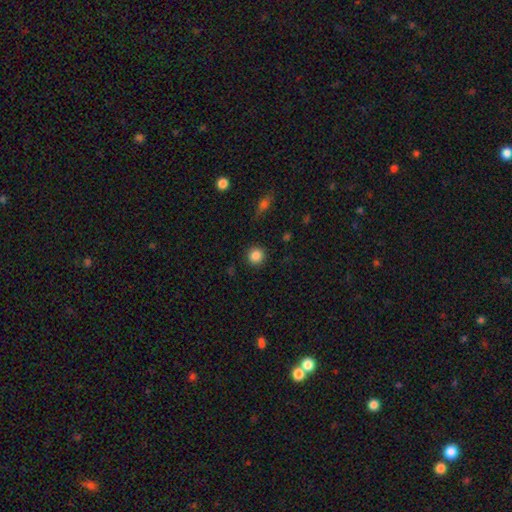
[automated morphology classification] type=smooth (85%); roundness=round (94%); merging=none (91%).